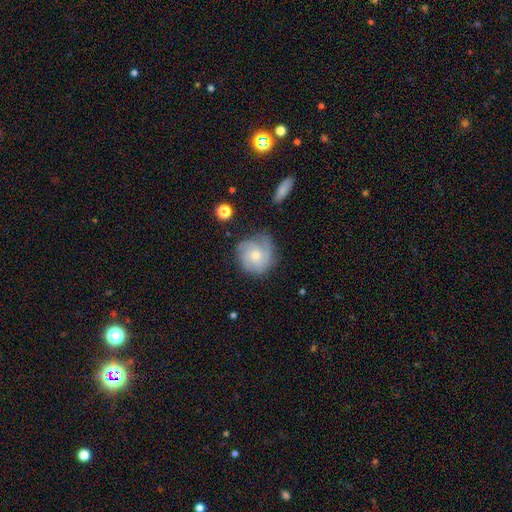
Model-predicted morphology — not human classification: Smooth or featured? Predicted: featured or disk (p=0.65). Edge-on disk? Predicted: no (p=0.98). Bar? Predicted: no (p=0.77). Spiral arms? Predicted: yes (p=0.91). Spiral winding? Predicted: tight (p=0.55). Spiral arm count? Predicted: 3 (p=0.37). Bulge size? Predicted: moderate (p=0.52). Merging? Predicted: none (p=0.66).